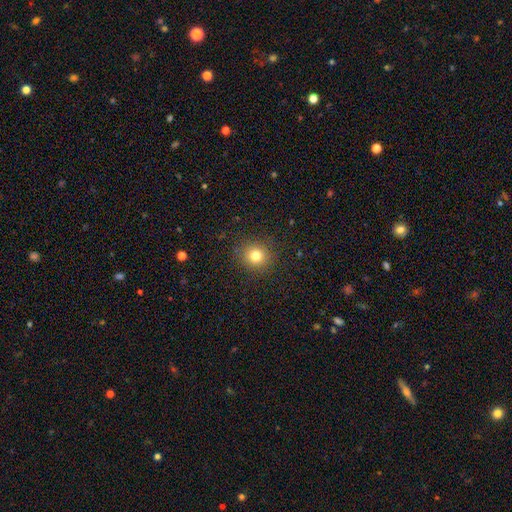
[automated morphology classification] The model was most divided on "smooth or featured": smooth: 79%, star or artifact: 14%, featured or disk: 8%. More confident: merging — none (90%); how rounded — round (89%).